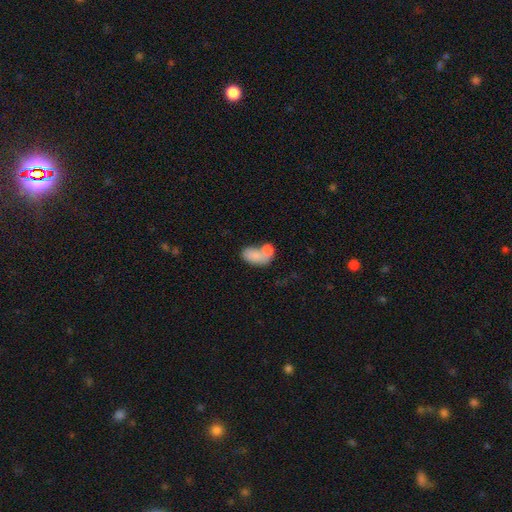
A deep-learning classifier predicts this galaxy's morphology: Smooth or featured: smooth — 76% (featured or disk — 16%)
How rounded: in between — 88% (round — 10%)
Merging: merger — 55% (none — 23%)